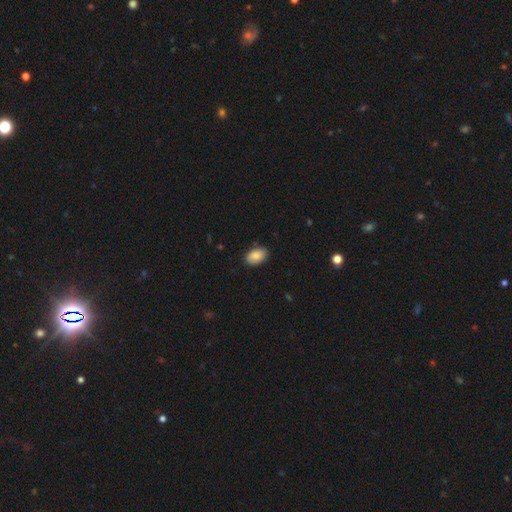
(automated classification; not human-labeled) A smooth galaxy with no disk features (86%) that is in between round and cigar-shaped (90%). Merging: none (86%).